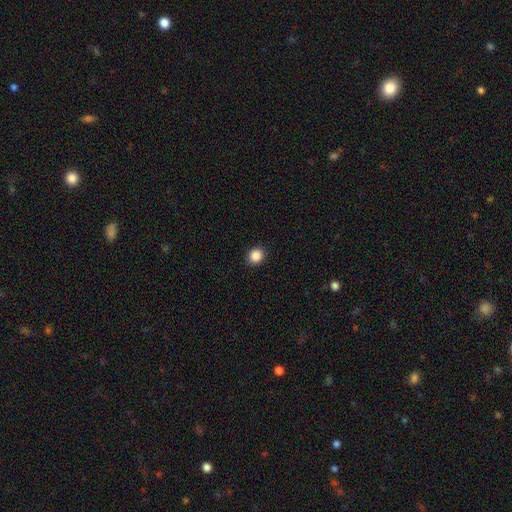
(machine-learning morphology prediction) A smooth galaxy with no disk features (87%) that is round (78%).

Vote fractions:
- Smooth or featured? smooth: 87% / star or artifact: 10% / featured or disk: 3%
- How rounded? round: 78% / in between: 21% / cigar-shaped: 1%
- Merging? none: 91% / minor disturbance: 6% / major disturbance: 2% / merger: 1%